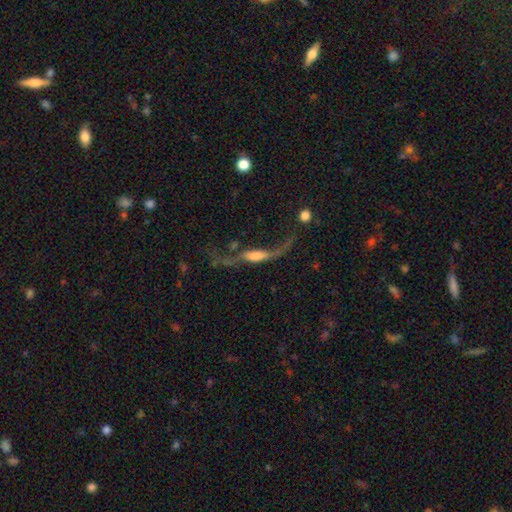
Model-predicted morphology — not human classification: A featured or disk galaxy (72%). Merging: none (37%).